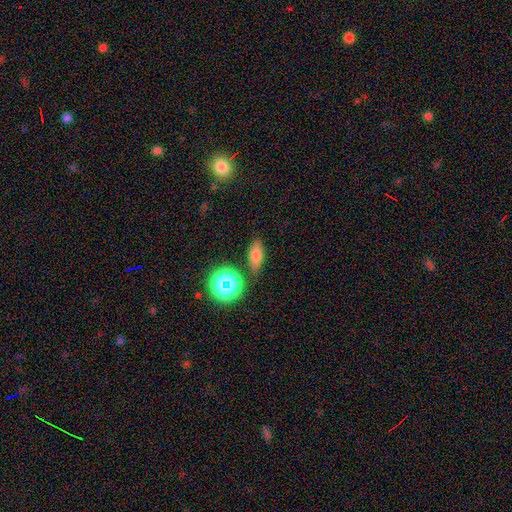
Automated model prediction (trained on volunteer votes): Smooth or featured: smooth — 69% (star or artifact — 19%)
How rounded: in between — 69% (cigar-shaped — 18%)
Merging: none — 83% (minor disturbance — 10%)